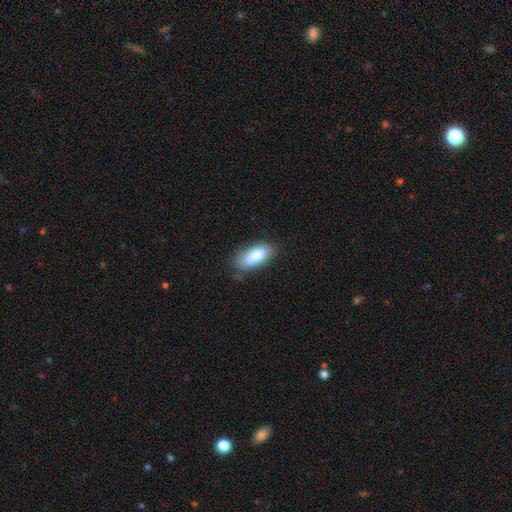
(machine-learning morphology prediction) type=smooth (80%); roundness=in between (85%); merging=none (64%).